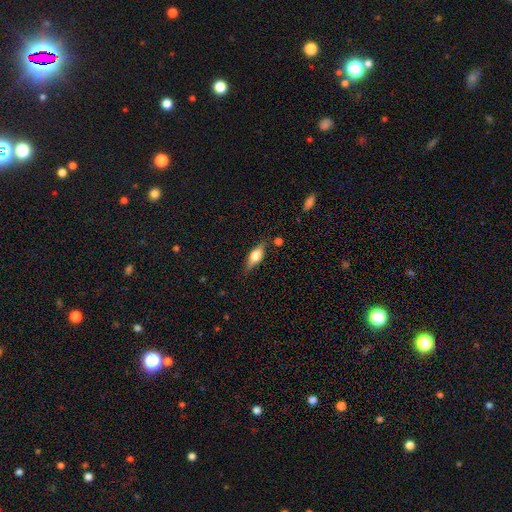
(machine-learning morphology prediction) featured or disk 47%, smooth 46%, star or artifact 7%. Down the decision tree: merging — none (79%).